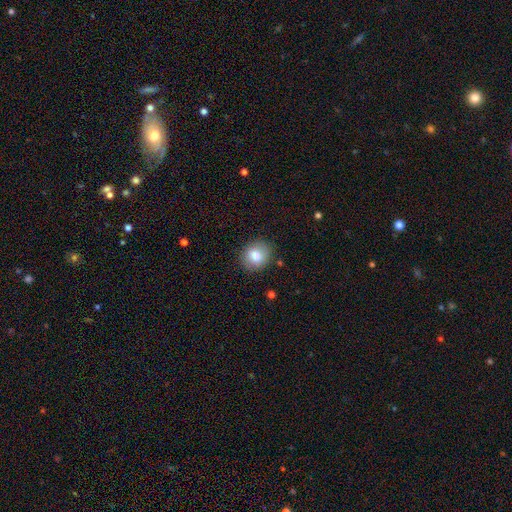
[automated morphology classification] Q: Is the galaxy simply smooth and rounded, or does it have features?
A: smooth — 80%.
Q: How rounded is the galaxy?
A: round — 77%.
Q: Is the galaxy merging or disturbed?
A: none — 86%.